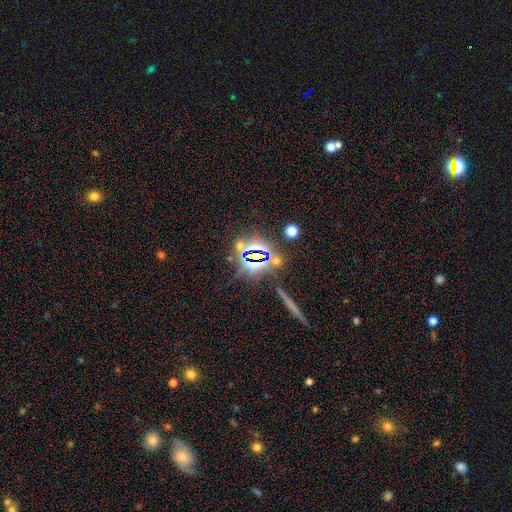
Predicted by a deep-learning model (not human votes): Q: Smooth or featured?
A: star or artifact (72%); runner-up: smooth (16%)